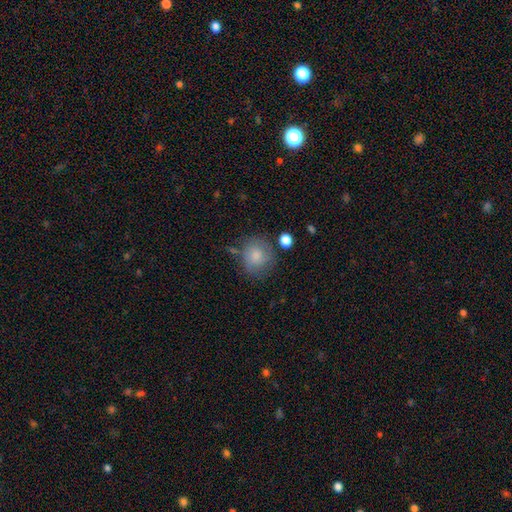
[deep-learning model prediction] This is likely a smooth galaxy (79%). How rounded: clearly round (83%). Merging: likely none (64%).